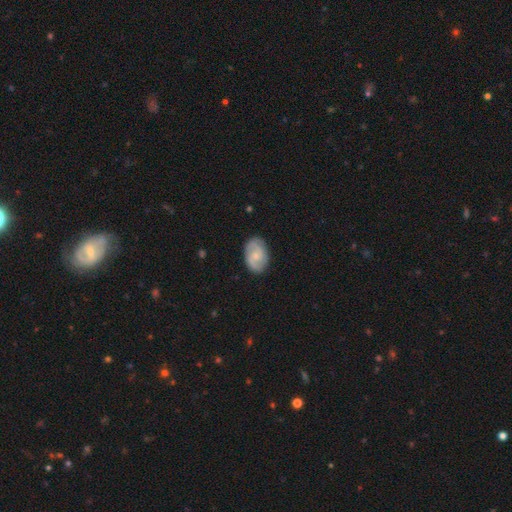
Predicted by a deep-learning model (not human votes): This appears to be a featured or disk galaxy (62%) with no bar (57%), 2 (80%) medium (47%) spiral arms (88%) and a small central bulge (60%). Merging: none (83%).